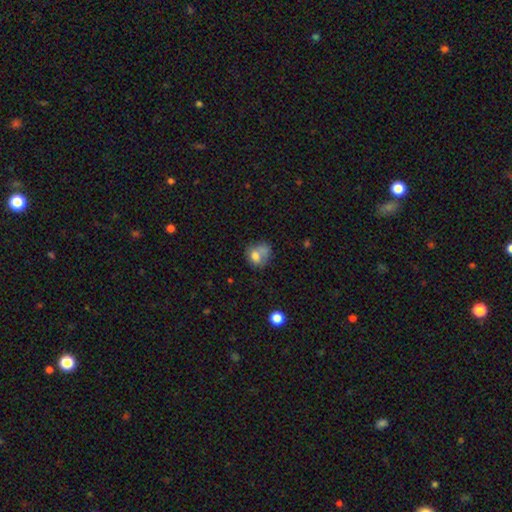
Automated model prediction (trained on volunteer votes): A smooth galaxy with no disk features (71%) that is round (55%).

Vote fractions:
- Smooth or featured? smooth: 71% / featured or disk: 18% / star or artifact: 11%
- How rounded? round: 55% / in between: 44% / cigar-shaped: 1%
- Merging? none: 32% / merger: 29% / minor disturbance: 22% / major disturbance: 16%